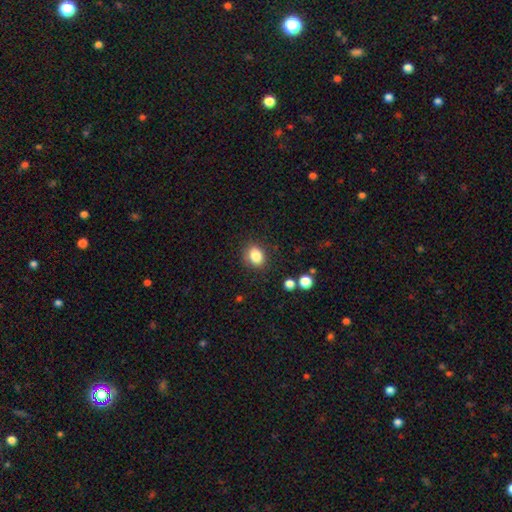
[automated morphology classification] smooth_or_featured: smooth (p=0.84) [alt: star or artifact p=0.10]
how_rounded: in between (p=0.56) [alt: round p=0.43]
merging: none (p=0.82) [alt: minor disturbance p=0.12]